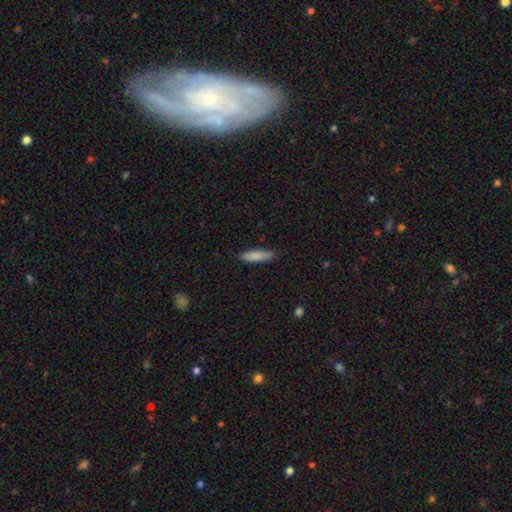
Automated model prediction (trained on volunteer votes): Smooth or featured: smooth — 86% (featured or disk — 9%)
How rounded: cigar-shaped — 65% (in between — 34%)
Merging: none — 85% (minor disturbance — 12%)